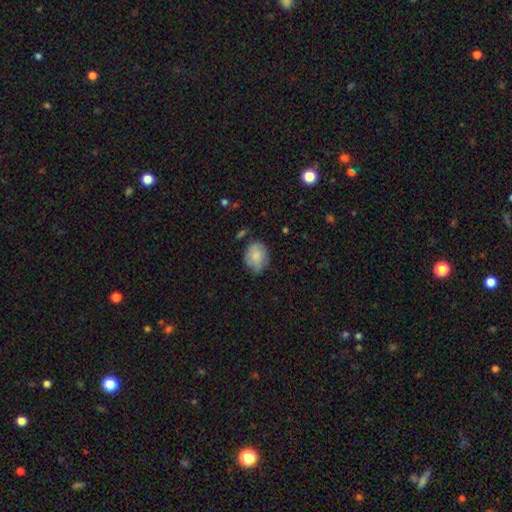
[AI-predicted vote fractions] The model was most divided on "how rounded": in between: 53%, round: 46%, cigar-shaped: 1%. More confident: smooth or featured — smooth (77%); merging — none (62%).